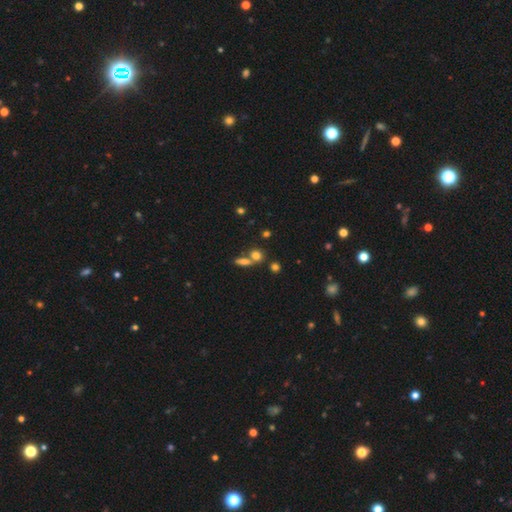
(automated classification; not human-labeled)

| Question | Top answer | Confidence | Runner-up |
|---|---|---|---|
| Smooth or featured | smooth | 74% | star or artifact (15%) |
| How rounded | round | 60% | in between (31%) |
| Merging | none | 55% | merger (32%) |